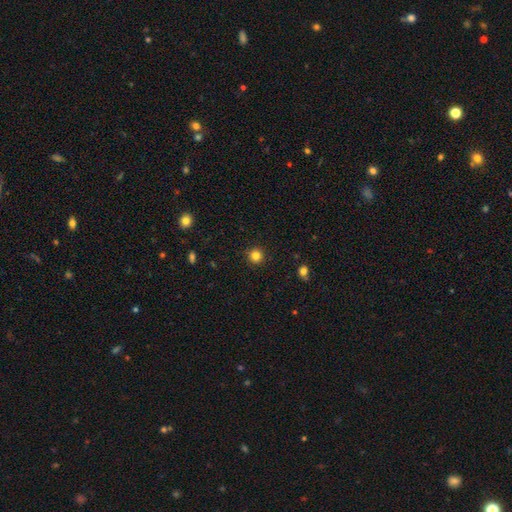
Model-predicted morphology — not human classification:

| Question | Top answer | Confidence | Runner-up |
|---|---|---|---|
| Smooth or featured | smooth | 83% | star or artifact (13%) |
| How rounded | round | 95% | in between (4%) |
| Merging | none | 92% | minor disturbance (5%) |